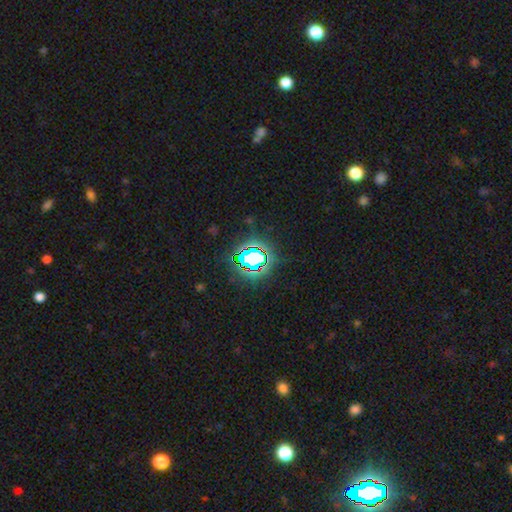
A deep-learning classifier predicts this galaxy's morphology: This appears to be a star or artifact, not a galaxy (68%).